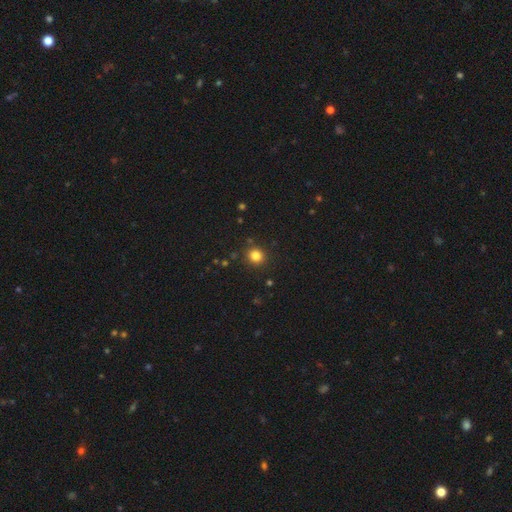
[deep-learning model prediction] Smooth or featured: smooth — 82% (star or artifact — 13%)
How rounded: round — 90% (in between — 9%)
Merging: none — 89% (minor disturbance — 7%)